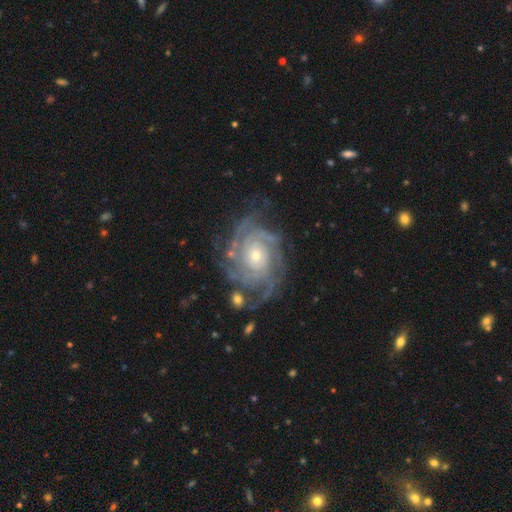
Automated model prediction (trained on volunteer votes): A featured or disk galaxy (90%) with no bar (74%), 4 (29%) tight (71%) spiral arms (98%) and a small central bulge (60%). Merging: none (72%).